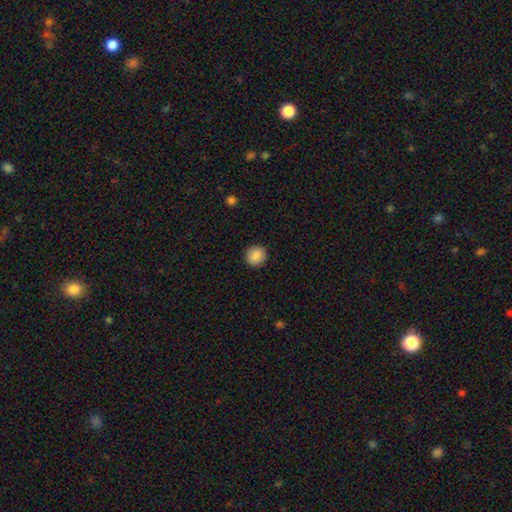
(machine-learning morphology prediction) Smooth or featured? smooth (89%)
How rounded? round (91%)
Merging? none (92%)